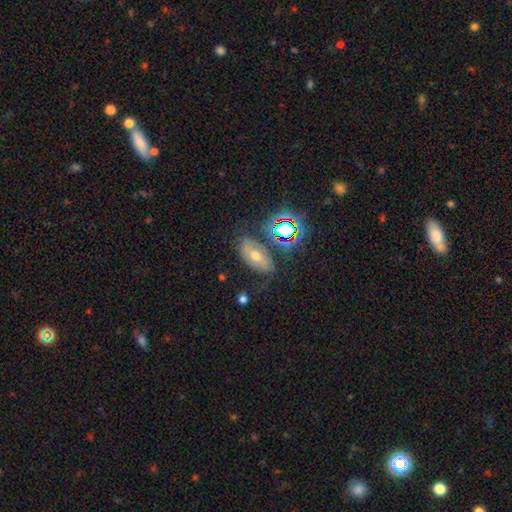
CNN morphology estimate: smooth_or_featured: smooth (p=0.38) [alt: featured or disk p=0.33]
merging: none (p=0.68) [alt: minor disturbance p=0.18]